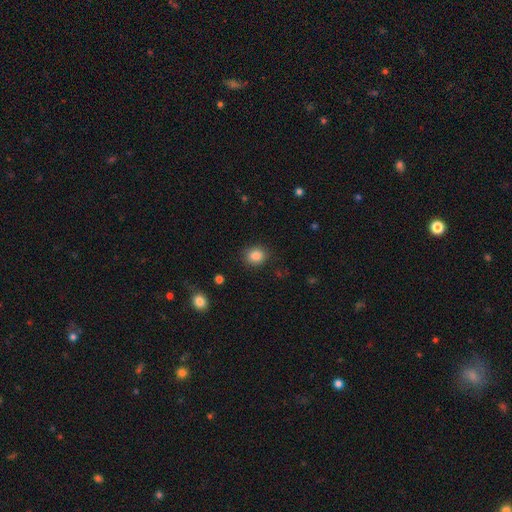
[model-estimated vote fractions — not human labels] Q: Smooth or featured?
A: smooth (86%); runner-up: star or artifact (10%)
Q: How rounded?
A: round (73%); runner-up: in between (26%)
Q: Merging?
A: none (87%); runner-up: minor disturbance (9%)